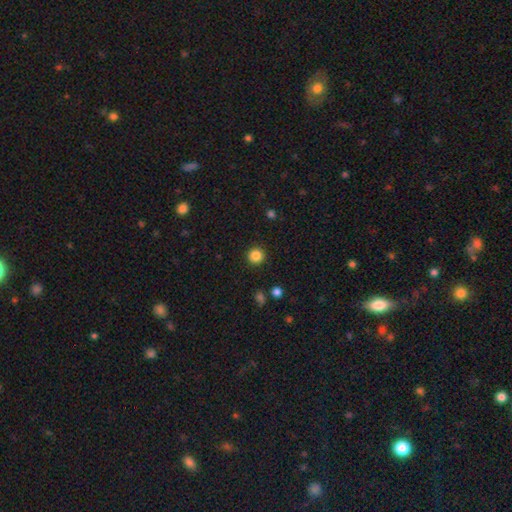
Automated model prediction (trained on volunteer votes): Morphology: type=smooth (85%); roundness=round (95%); merging=none (92%).